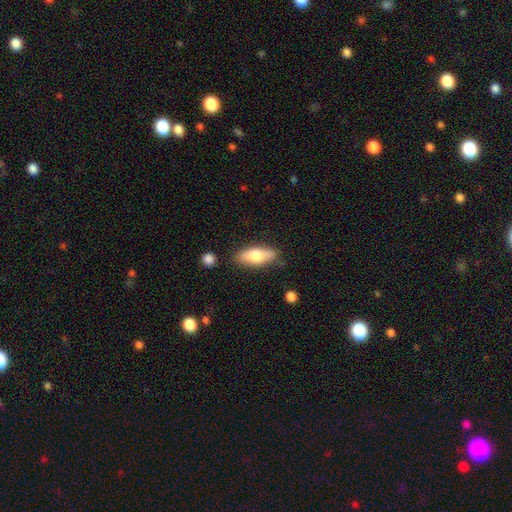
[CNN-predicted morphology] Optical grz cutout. It shows a smooth galaxy with no disk features (68%) that is in between round and cigar-shaped (68%). Merging: none (79%).